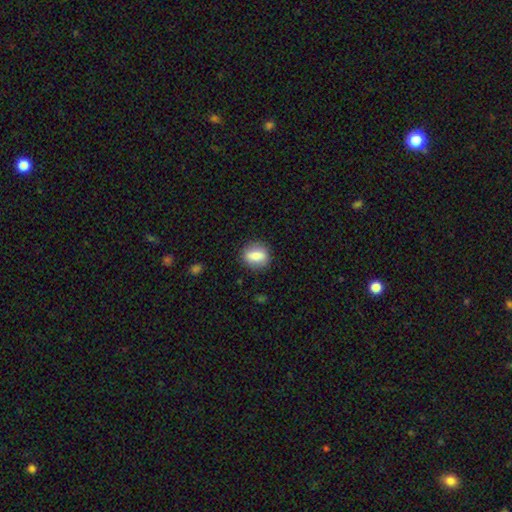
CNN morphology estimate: The model was most divided on "how rounded": round: 59%, in between: 38%, cigar-shaped: 2%. More confident: merging — none (85%); smooth or featured — smooth (77%).